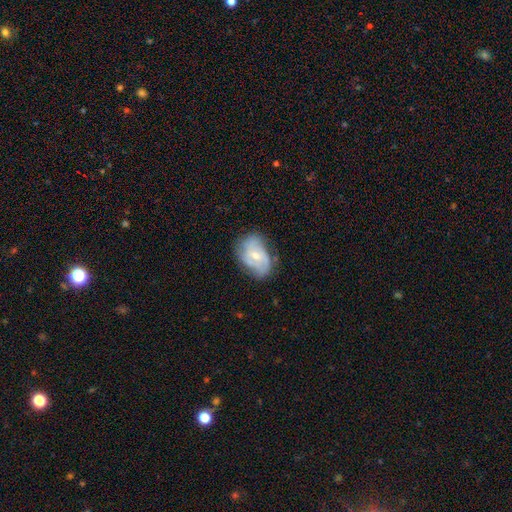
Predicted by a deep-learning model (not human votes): The model was most divided on "bulge size": small: 49%, moderate: 47%, large: 2%, none: 2%, dominant: 1%. More confident: edge-on disk — no (95%); spiral arms — yes (61%); bar — no (54%); smooth or featured — featured or disk (53%); merging — none (52%).